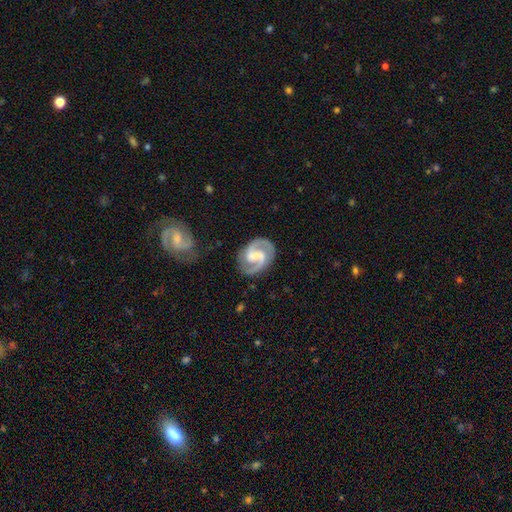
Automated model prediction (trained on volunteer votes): A featured or disk galaxy (91%) with a weak bar (52%), 2 (93%) medium (60%) spiral arms (98%) and a small central bulge (38%).

Vote fractions:
- Smooth or featured? featured or disk: 91% / smooth: 5% / star or artifact: 4%
- Edge-on disk? no: 98% / yes: 2%
- Bar? weak: 52% / strong: 27% / no: 21%
- Spiral arms? yes: 98% / no: 2%
- Spiral winding? medium: 60% / tight: 25% / loose: 16%
- Spiral arm count? 2: 93% / can't tell: 2% / 1: 2% / 3: 1% / 4: 1% / more than 4: 1%
- Bulge size? small: 38% / moderate: 35% / none: 20% / large: 6% / dominant: 1%
- Merging? none: 79% / minor disturbance: 14% / major disturbance: 5% / merger: 2%